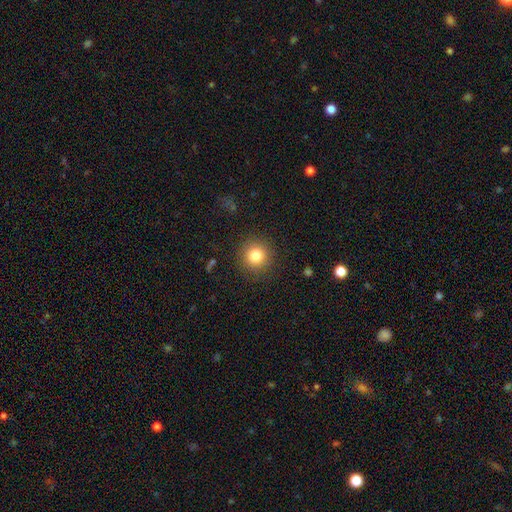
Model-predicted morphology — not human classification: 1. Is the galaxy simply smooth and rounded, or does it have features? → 81% smooth, 11% star or artifact, 7% featured or disk.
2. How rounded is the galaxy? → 94% round, 5% in between, 1% cigar-shaped.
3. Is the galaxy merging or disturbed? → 90% none, 7% minor disturbance, 3% major disturbance, 1% merger.